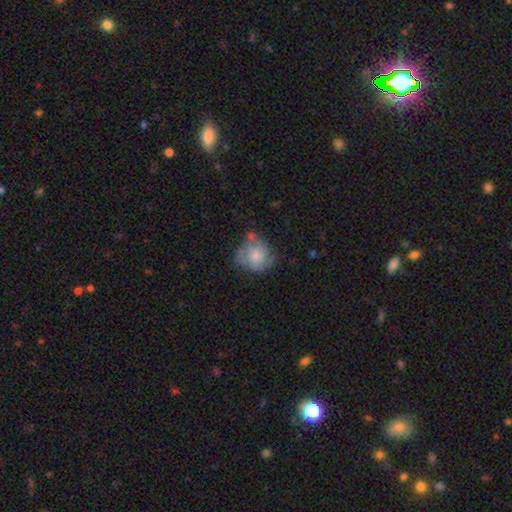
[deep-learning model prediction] smooth 60%, featured or disk 33%, star or artifact 7%. Down the decision tree: how rounded — round (77%); merging — none (47%).